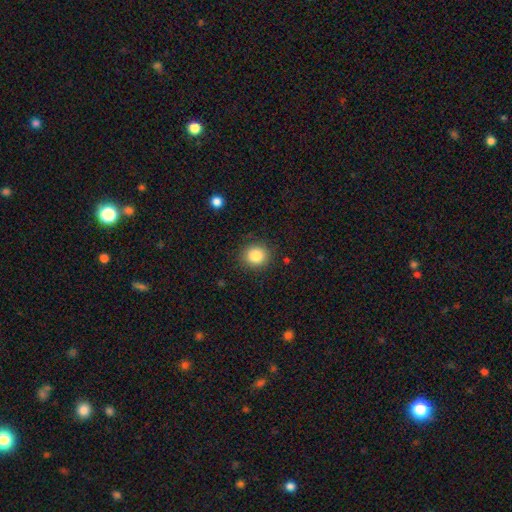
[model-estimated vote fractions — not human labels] Smooth or featured? smooth (85%)
How rounded? round (87%)
Merging? none (88%)